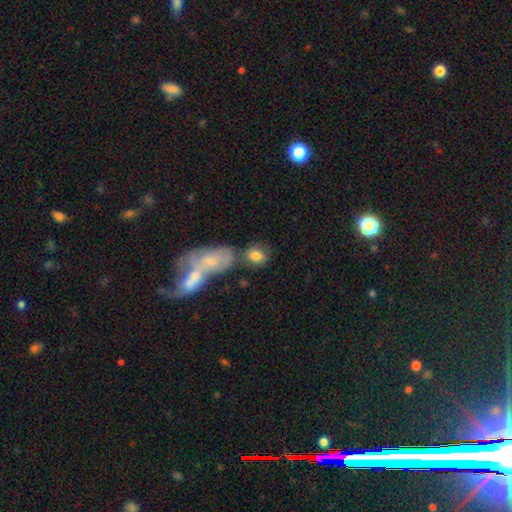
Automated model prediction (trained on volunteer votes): This is likely a smooth galaxy (76%). How rounded: possibly in between (57%). Merging: possibly none (49%).